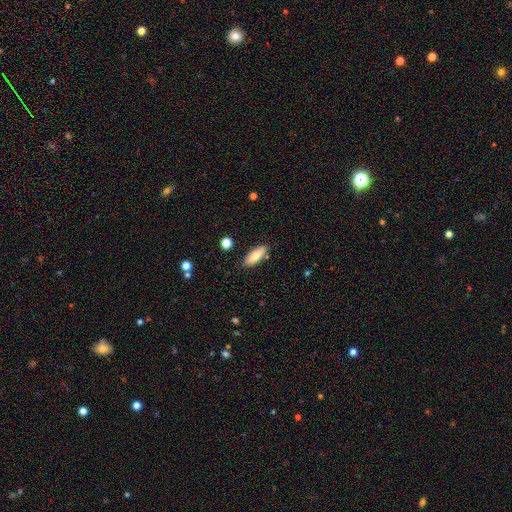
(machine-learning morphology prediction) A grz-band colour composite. It shows a smooth galaxy with no disk features (78%) that is in between round and cigar-shaped (66%). Merging: none (84%).